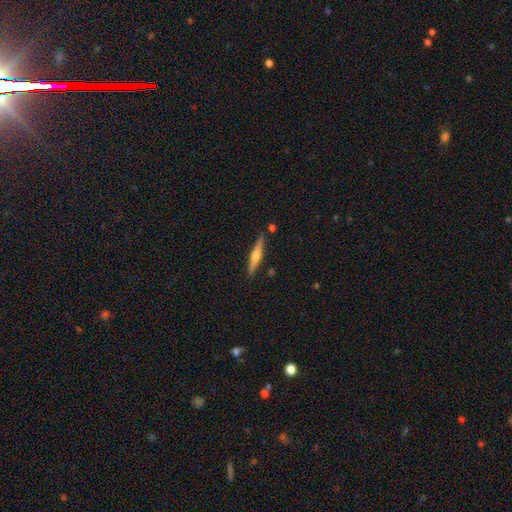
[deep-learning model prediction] Smooth or featured? featured or disk (71%)
Edge-on disk? yes (98%)
Edge-on bulge? rounded (87%)
Merging? none (89%)